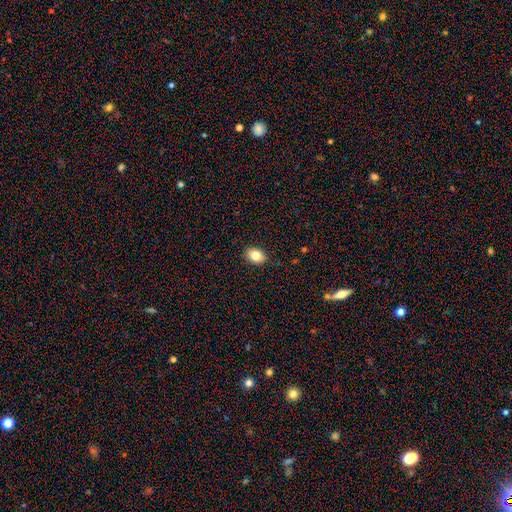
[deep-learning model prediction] This appears to be a smooth galaxy with no disk features (82%) that is in between round and cigar-shaped (71%). Merging: none (90%).